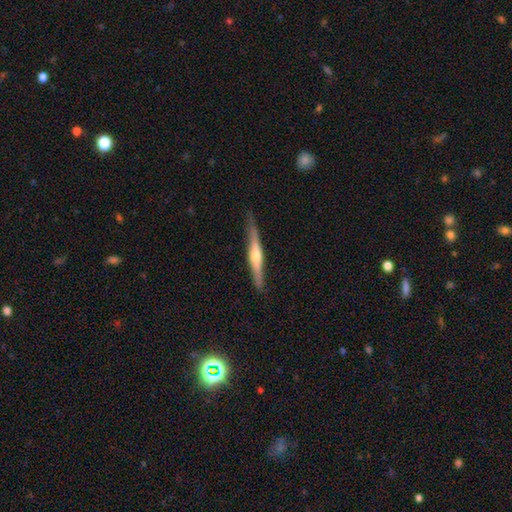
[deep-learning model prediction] A featured or disk galaxy (69%) viewed edge-on (97%) with a rounded central bulge (88%). Merging: none (84%).